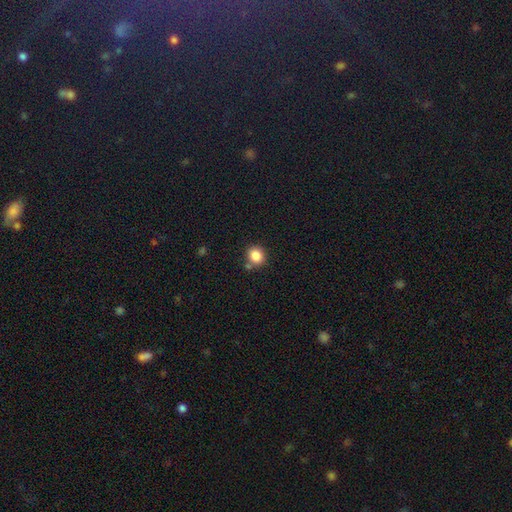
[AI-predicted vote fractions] smooth 85%, star or artifact 10%, featured or disk 5%. Down the decision tree: how rounded — round (77%); merging — none (76%).